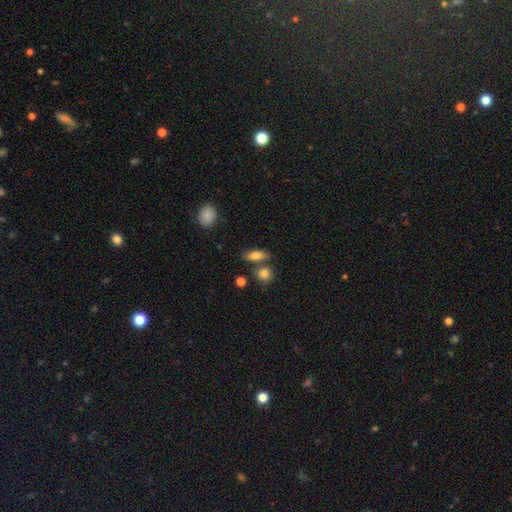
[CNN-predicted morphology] smooth 75%, featured or disk 17%, star or artifact 8%. Down the decision tree: how rounded — in between (69%); merging — none (66%).